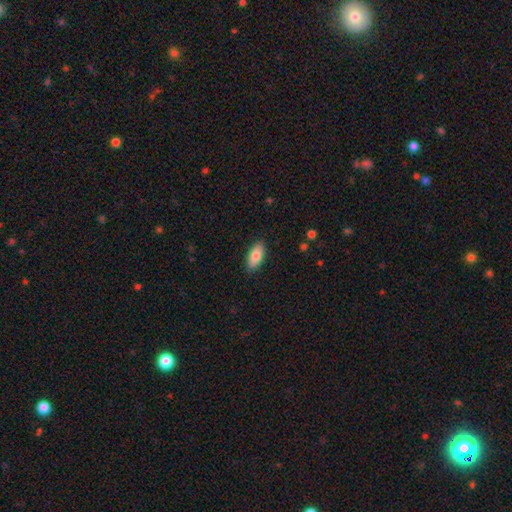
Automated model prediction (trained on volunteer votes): smooth_or_featured: smooth (p=0.82) [alt: featured or disk p=0.12]
how_rounded: in between (p=0.87) [alt: cigar-shaped p=0.10]
merging: none (p=0.88) [alt: minor disturbance p=0.09]